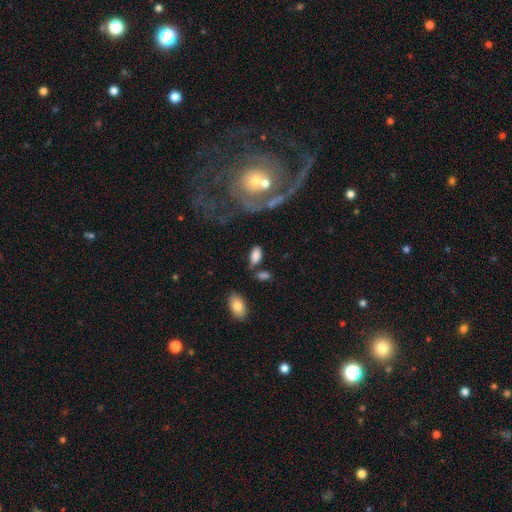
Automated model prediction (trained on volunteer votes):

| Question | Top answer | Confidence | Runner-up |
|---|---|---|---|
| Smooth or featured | smooth | 82% | featured or disk (10%) |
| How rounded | in between | 92% | cigar-shaped (5%) |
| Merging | none | 66% | minor disturbance (16%) |